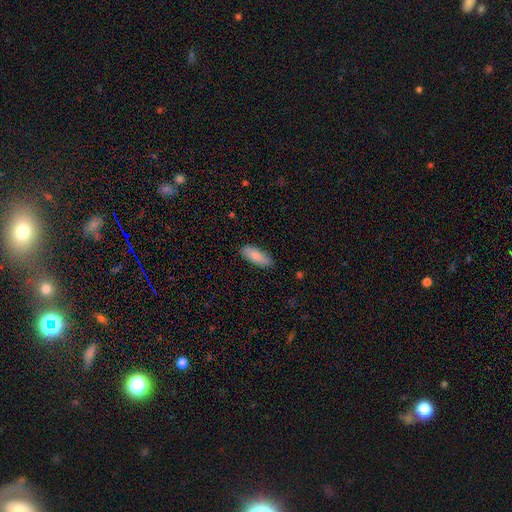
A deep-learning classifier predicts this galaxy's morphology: Q: Smooth or featured?
A: smooth (84%); runner-up: featured or disk (10%)
Q: How rounded?
A: in between (75%); runner-up: cigar-shaped (24%)
Q: Merging?
A: none (85%); runner-up: minor disturbance (12%)